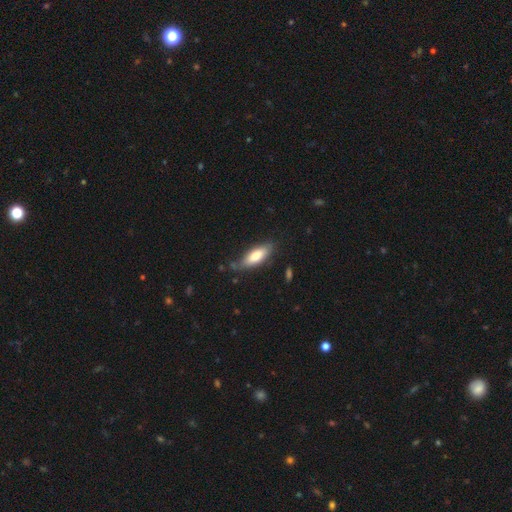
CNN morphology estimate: A smooth galaxy with no disk features (74%) that is in between round and cigar-shaped (65%).

Vote fractions:
- Smooth or featured? smooth: 74% / featured or disk: 20% / star or artifact: 6%
- How rounded? in between: 65% / cigar-shaped: 33% / round: 2%
- Merging? none: 74% / minor disturbance: 19% / major disturbance: 4% / merger: 3%